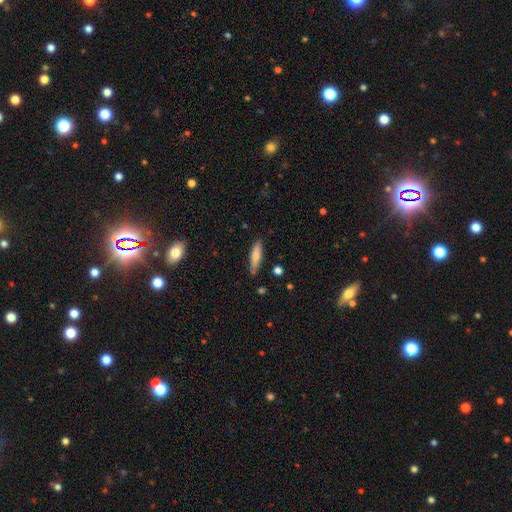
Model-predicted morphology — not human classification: This is likely a smooth galaxy (75%). How rounded: likely cigar-shaped (75%). Merging: clearly none (83%).